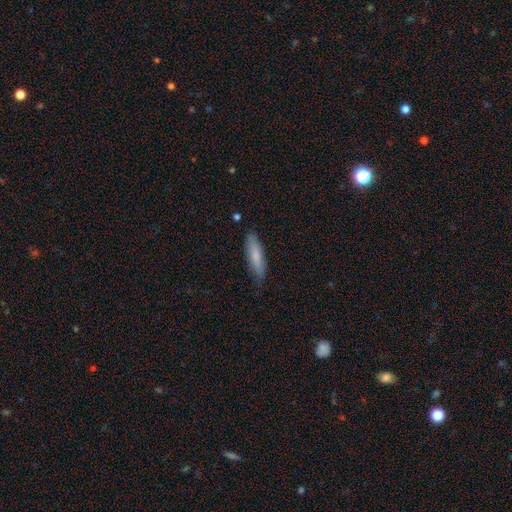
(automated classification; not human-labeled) smooth 77%, featured or disk 18%, star or artifact 6%. Down the decision tree: how rounded — cigar-shaped (74%); merging — none (81%).